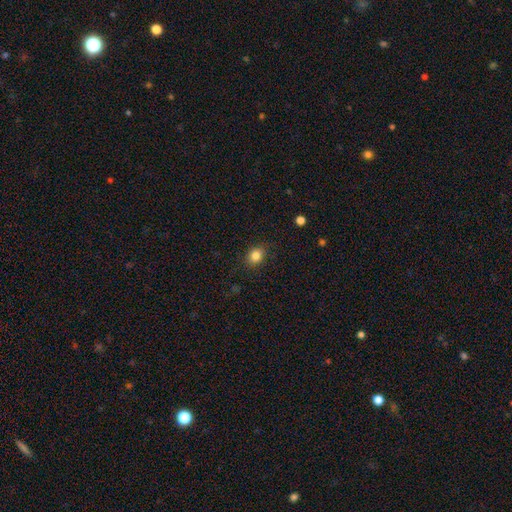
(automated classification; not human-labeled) Overall: smooth (83%). How rounded: round (57%; in between 42%). Merging: none (85%).